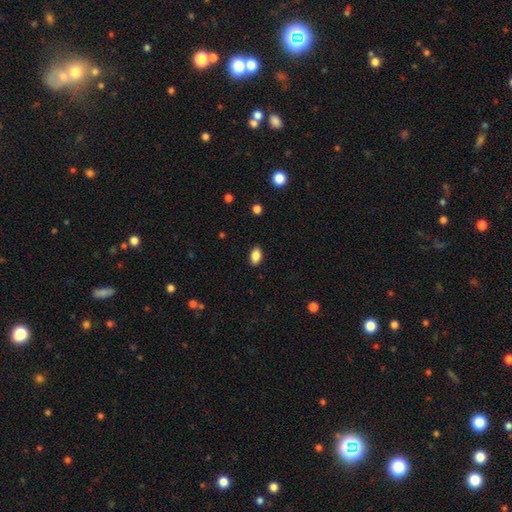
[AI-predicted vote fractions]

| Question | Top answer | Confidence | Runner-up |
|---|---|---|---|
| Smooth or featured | smooth | 87% | star or artifact (8%) |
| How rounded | in between | 90% | round (8%) |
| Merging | none | 88% | minor disturbance (9%) |